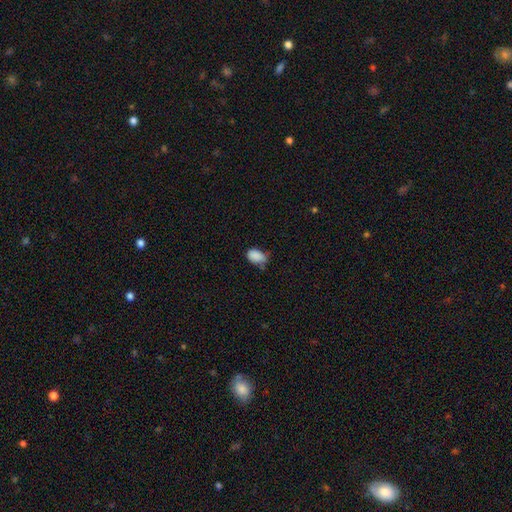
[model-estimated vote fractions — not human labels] Smooth or featured: smooth — 87% (star or artifact — 9%)
How rounded: in between — 87% (round — 12%)
Merging: none — 52% (minor disturbance — 37%)